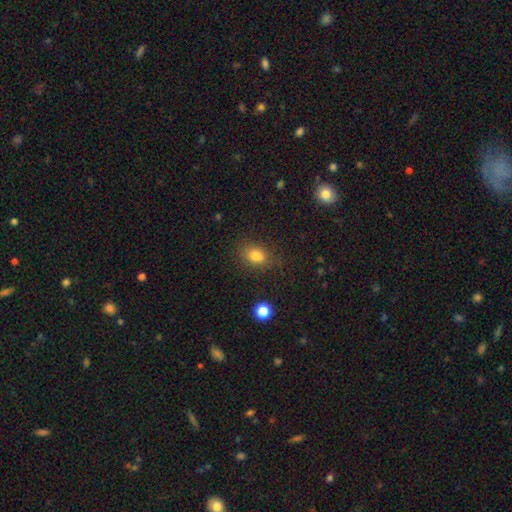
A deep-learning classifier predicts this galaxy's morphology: Smooth or featured? Predicted: smooth (p=0.80). How rounded? Predicted: in between (p=0.66). Merging? Predicted: none (p=0.77).